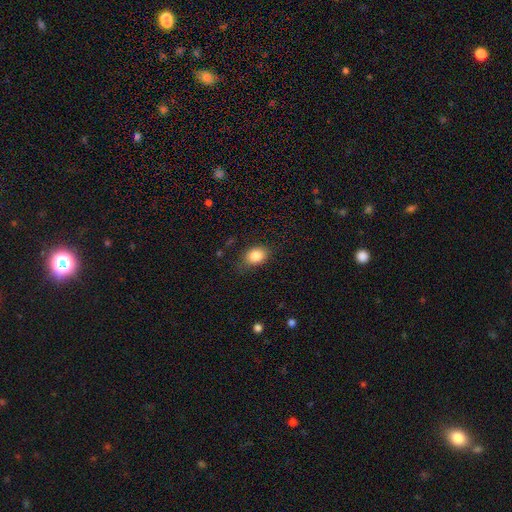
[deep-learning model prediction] The model was most divided on "how rounded": in between: 73%, round: 25%, cigar-shaped: 1%. More confident: smooth or featured — smooth (85%); merging — none (76%).